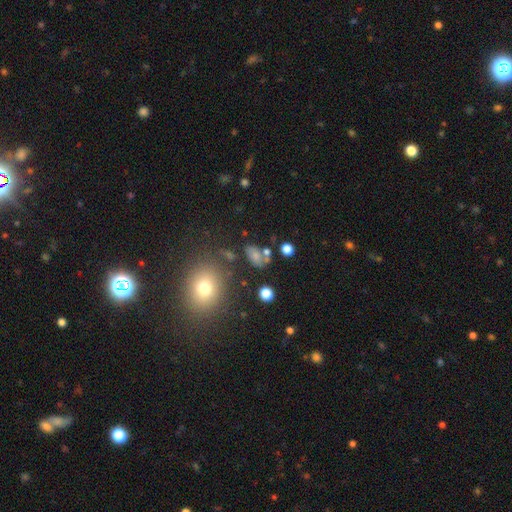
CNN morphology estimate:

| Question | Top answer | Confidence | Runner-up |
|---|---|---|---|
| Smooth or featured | smooth | 66% | star or artifact (18%) |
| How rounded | in between | 82% | round (15%) |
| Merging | none | 56% | minor disturbance (20%) |